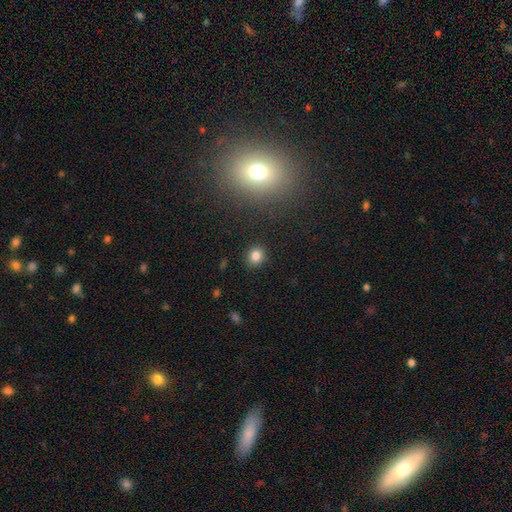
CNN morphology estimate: smooth 83%, star or artifact 12%, featured or disk 5%. Down the decision tree: how rounded — round (74%); merging — none (89%).